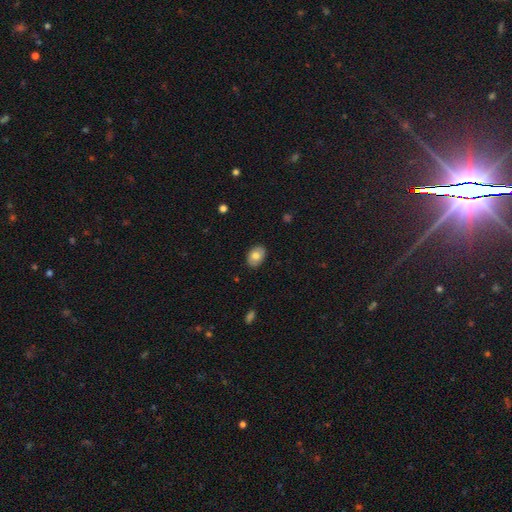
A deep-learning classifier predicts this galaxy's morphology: smooth 77%, featured or disk 16%, star or artifact 7%. Down the decision tree: how rounded — in between (78%); merging — none (87%).